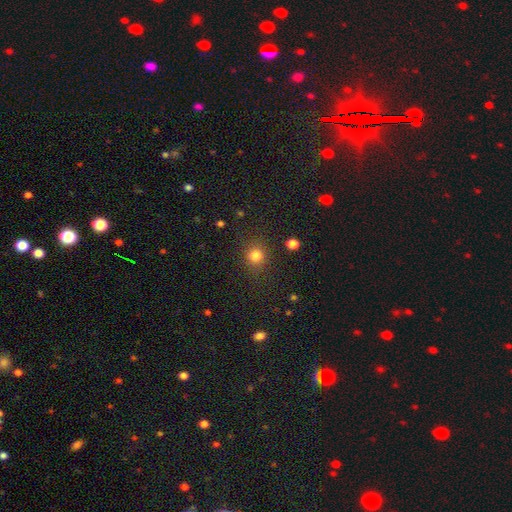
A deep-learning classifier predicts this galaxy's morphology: smooth-or-featured: smooth: 80% | star or artifact: 14% | featured or disk: 6%
  how-rounded: round: 85% | in between: 14% | cigar-shaped: 1%
  merging: none: 84% | minor disturbance: 10% | major disturbance: 4% | merger: 2%